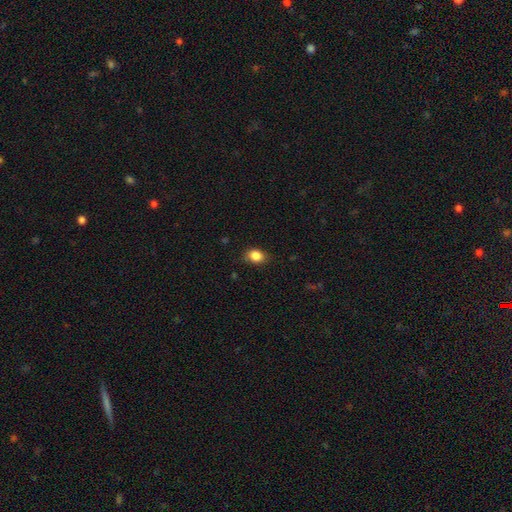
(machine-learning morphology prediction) Overall: smooth (86%). How rounded: in between (63%; round 36%). Merging: none (77%).